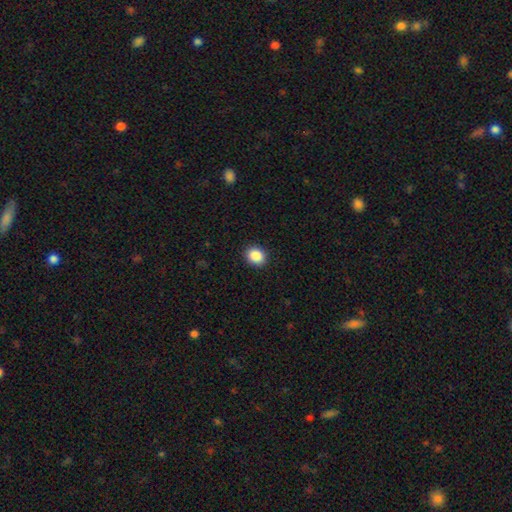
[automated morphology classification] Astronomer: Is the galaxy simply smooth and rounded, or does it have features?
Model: smooth — 87%.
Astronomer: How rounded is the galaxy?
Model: round — 63%.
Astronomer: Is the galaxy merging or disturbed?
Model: none — 91%.